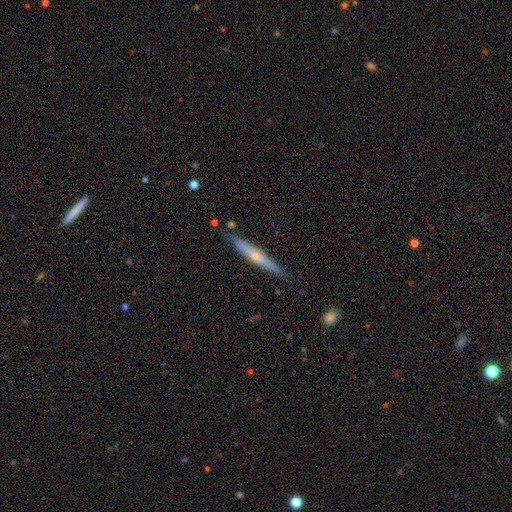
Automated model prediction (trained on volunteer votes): Smooth or featured? Predicted: featured or disk (p=0.56). Edge-on disk? Predicted: yes (p=0.96). Edge-on bulge? Predicted: rounded (p=0.62). Merging? Predicted: none (p=0.85).